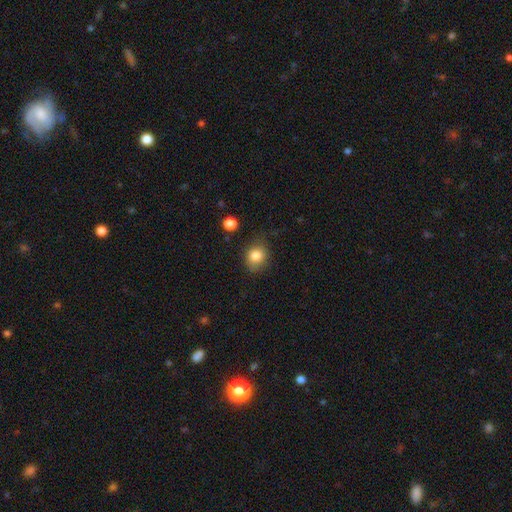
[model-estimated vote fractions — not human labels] Morphology: type=smooth (83%); roundness=round (63%); merging=none (73%).